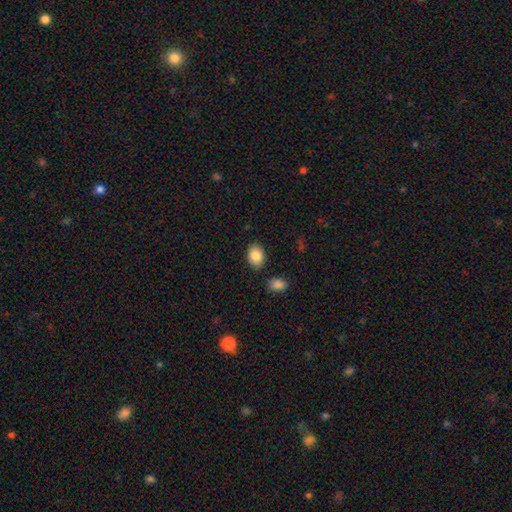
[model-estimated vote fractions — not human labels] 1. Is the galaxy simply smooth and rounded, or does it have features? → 87% smooth, 7% star or artifact, 6% featured or disk.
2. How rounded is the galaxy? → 70% in between, 29% round, 1% cigar-shaped.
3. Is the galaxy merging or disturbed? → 84% none, 10% minor disturbance, 3% merger, 3% major disturbance.